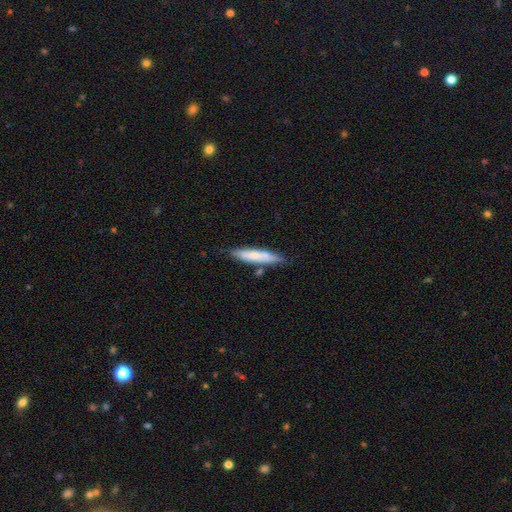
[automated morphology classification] type=smooth (65%); roundness=cigar-shaped (85%); merging=none (72%).